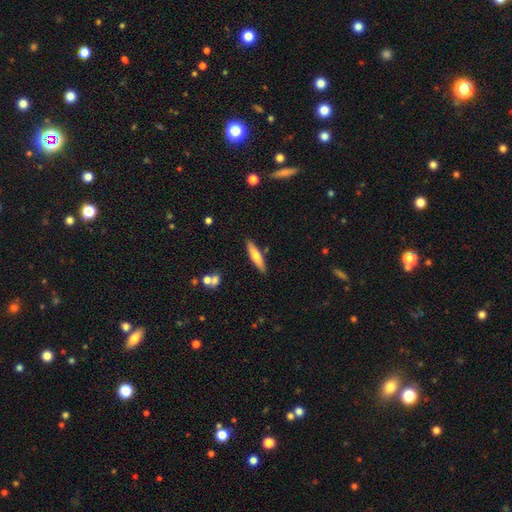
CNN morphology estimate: Smooth or featured? Predicted: smooth (p=0.63). How rounded? Predicted: cigar-shaped (p=0.79). Merging? Predicted: none (p=0.84).